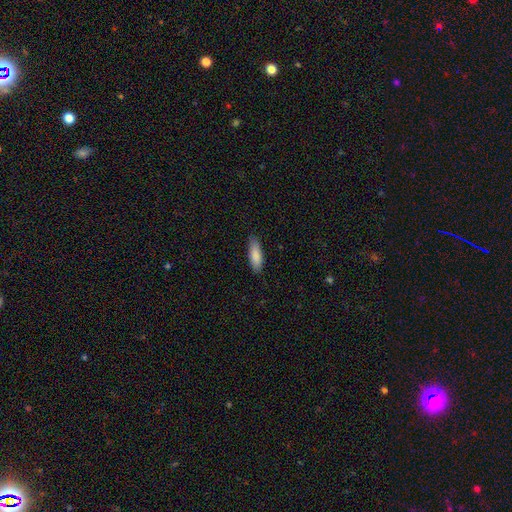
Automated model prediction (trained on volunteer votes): smooth-or-featured: smooth: 87% | featured or disk: 8% | star or artifact: 6%
  how-rounded: in between: 54% | cigar-shaped: 44% | round: 2%
  merging: none: 85% | minor disturbance: 12% | major disturbance: 2% | merger: 1%